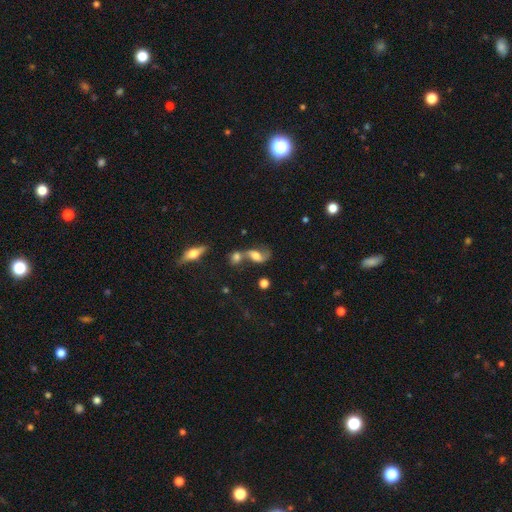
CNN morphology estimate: featured or disk 60%, smooth 28%, star or artifact 12%. Down the decision tree: edge-on disk — no (91%); bar — no (49%); spiral arms — yes (84%); bulge size — moderate (43%); merging — merger (44%).